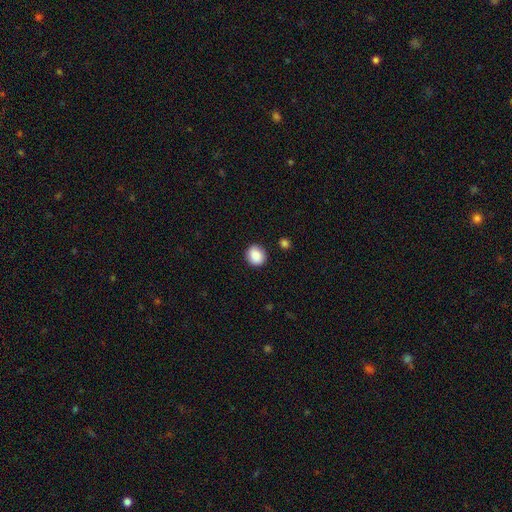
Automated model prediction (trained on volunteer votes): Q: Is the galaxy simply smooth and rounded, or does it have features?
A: smooth — 88%.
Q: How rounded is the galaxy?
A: round — 76%.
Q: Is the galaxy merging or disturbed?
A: none — 87%.